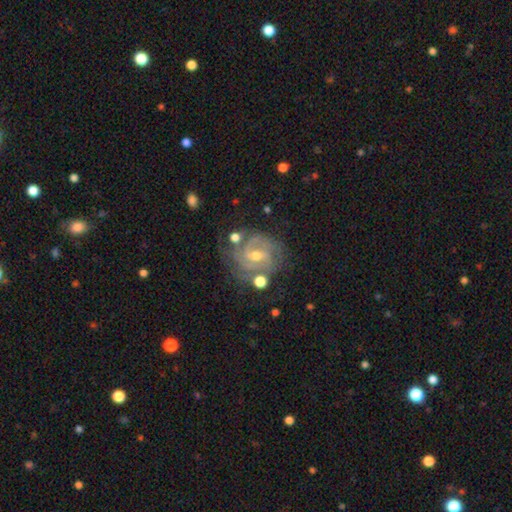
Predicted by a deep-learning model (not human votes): Morphology: type=featured or disk (86%); edge-on=no (97%); bar=weak (52%); spiral arms=yes (97%); winding=tight (60%); arm count=2 (36%); bulge=moderate (52%); merging=none (69%).